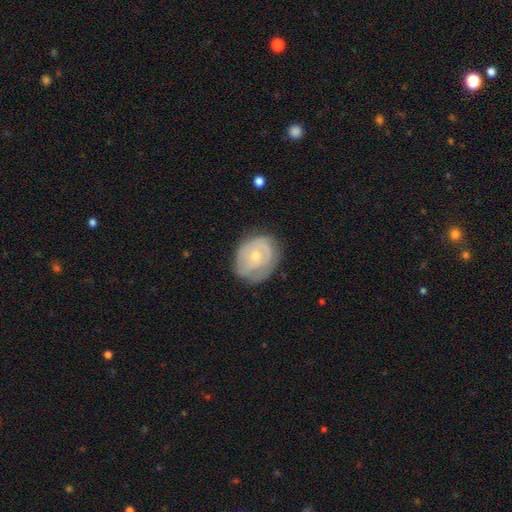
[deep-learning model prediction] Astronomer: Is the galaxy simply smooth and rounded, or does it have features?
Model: featured or disk — 57% (runner-up: smooth, 37%).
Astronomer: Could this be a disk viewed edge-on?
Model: no — 96%.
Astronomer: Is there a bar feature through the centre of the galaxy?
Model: no — 81%.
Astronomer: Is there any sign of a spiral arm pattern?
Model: yes — 63%.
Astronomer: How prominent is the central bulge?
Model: small — 64%.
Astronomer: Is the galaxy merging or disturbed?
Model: none — 65%.